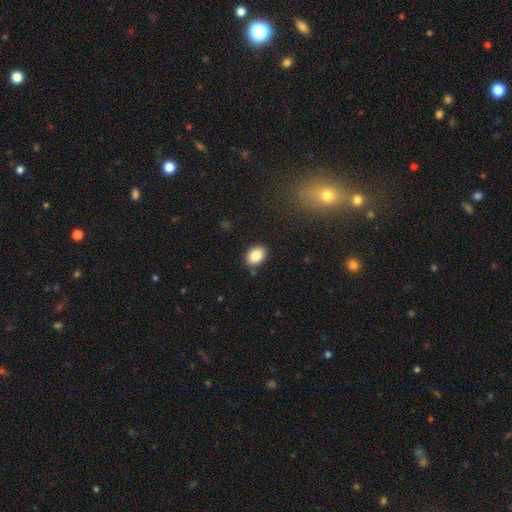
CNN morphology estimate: Q: Smooth or featured?
A: smooth (86%); runner-up: star or artifact (8%)
Q: How rounded?
A: in between (70%); runner-up: round (29%)
Q: Merging?
A: none (84%); runner-up: minor disturbance (11%)